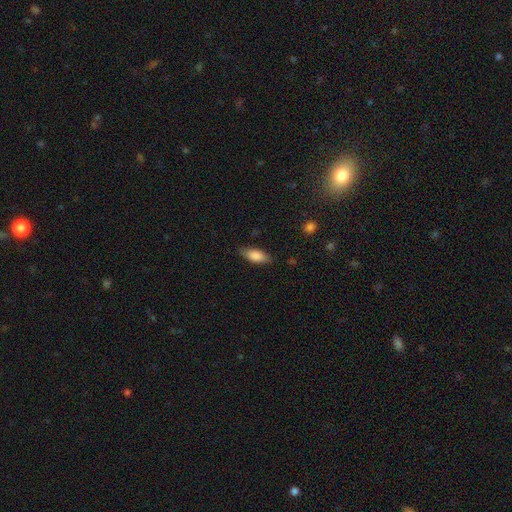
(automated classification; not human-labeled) The model was most divided on "how rounded": in between: 81%, cigar-shaped: 17%, round: 2%. More confident: smooth or featured — smooth (84%); merging — none (80%).